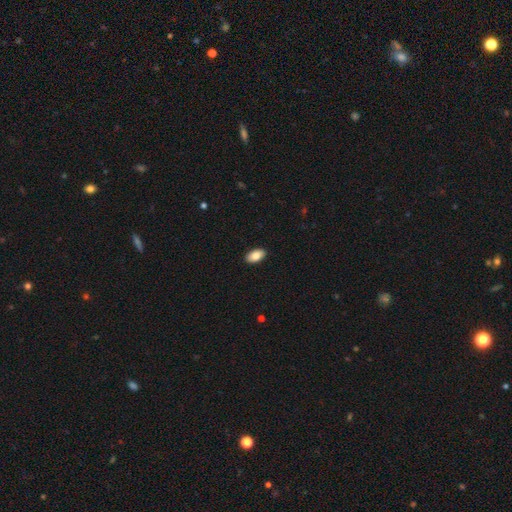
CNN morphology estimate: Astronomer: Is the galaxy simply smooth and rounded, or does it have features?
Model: smooth — 85%.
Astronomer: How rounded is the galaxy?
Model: in between — 94%.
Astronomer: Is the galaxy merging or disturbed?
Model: none — 91%.